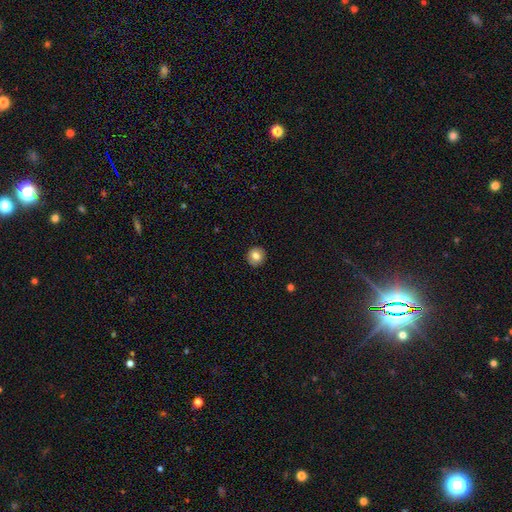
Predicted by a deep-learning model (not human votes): Smooth or featured? Predicted: smooth (p=0.81). How rounded? Predicted: round (p=0.92). Merging? Predicted: none (p=0.91).